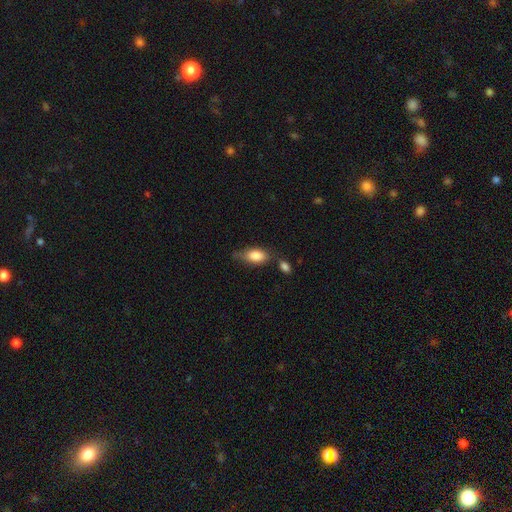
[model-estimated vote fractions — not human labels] Smooth or featured: smooth — 82% (featured or disk — 11%)
How rounded: in between — 88% (cigar-shaped — 7%)
Merging: none — 53% (minor disturbance — 26%)